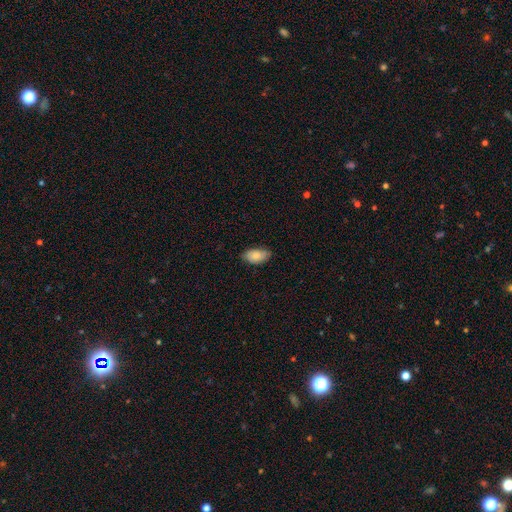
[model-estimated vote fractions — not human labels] Smooth or featured?
  - smooth: 82% *
  - featured or disk: 12%
  - star or artifact: 7%
How rounded?
  - in between: 94% *
  - round: 3%
  - cigar-shaped: 2%
Merging?
  - none: 80% *
  - minor disturbance: 17%
  - major disturbance: 3%
  - merger: 1%